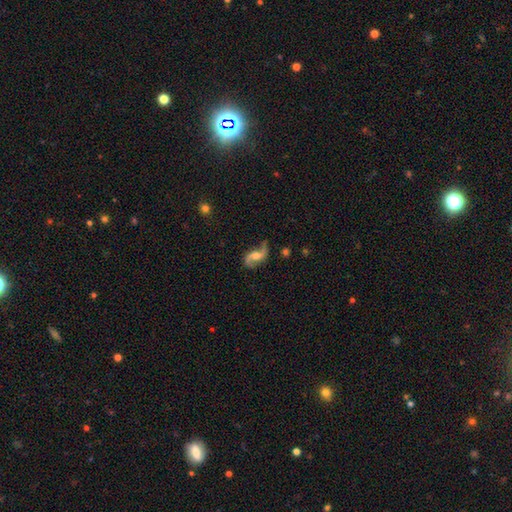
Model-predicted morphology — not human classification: smooth_or_featured: featured or disk (p=0.85) [alt: smooth p=0.09]
disk_edge_on: no (p=0.96) [alt: yes p=0.04]
bar: no (p=0.53) [alt: weak p=0.36]
has_spiral_arms: yes (p=0.96) [alt: no p=0.04]
spiral_winding: loose (p=0.80) [alt: medium p=0.16]
spiral_arm_count: 2 (p=0.93) [alt: 1 p=0.03]
bulge_size: moderate (p=0.61) [alt: small p=0.23]
merging: none (p=0.74) [alt: minor disturbance p=0.16]